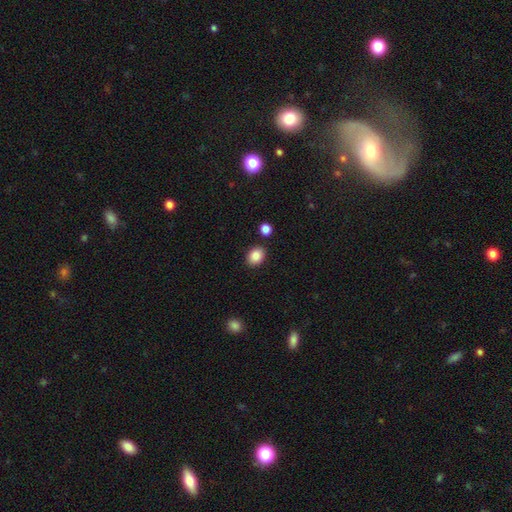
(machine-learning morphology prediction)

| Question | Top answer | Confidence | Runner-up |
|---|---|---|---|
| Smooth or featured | smooth | 86% | star or artifact (9%) |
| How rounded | in between | 59% | round (40%) |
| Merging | none | 86% | minor disturbance (9%) |